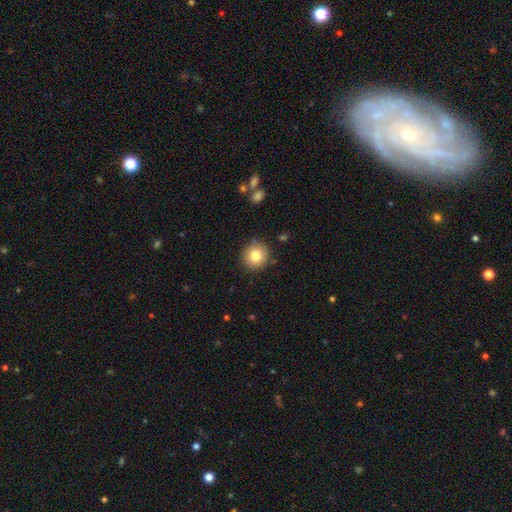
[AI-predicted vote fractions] smooth-or-featured: smooth: 81% | star or artifact: 10% | featured or disk: 9%
  how-rounded: round: 92% | in between: 7% | cigar-shaped: 1%
  merging: none: 87% | minor disturbance: 9% | major disturbance: 2% | merger: 2%